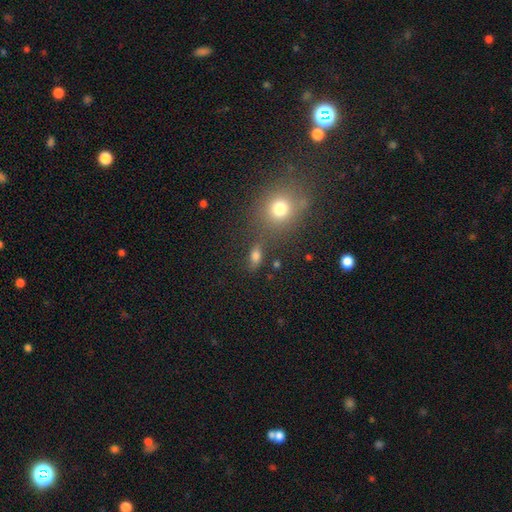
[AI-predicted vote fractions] Smooth or featured? Predicted: smooth (p=0.68). How rounded? Predicted: in between (p=0.65). Merging? Predicted: none (p=0.69).